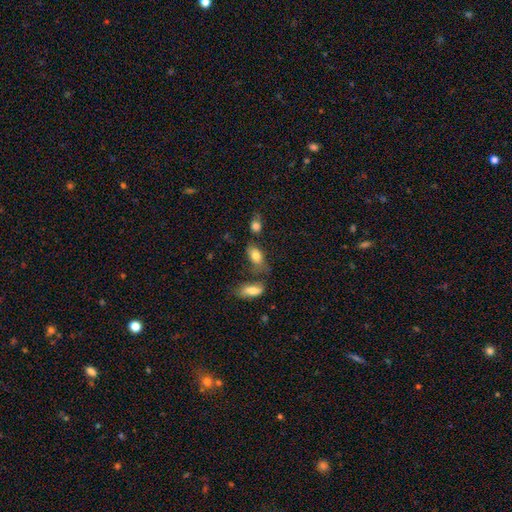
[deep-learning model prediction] The model was most divided on "merging": none: 55%, minor disturbance: 22%, merger: 16%, major disturbance: 8%. More confident: how rounded — in between (88%); smooth or featured — smooth (80%).